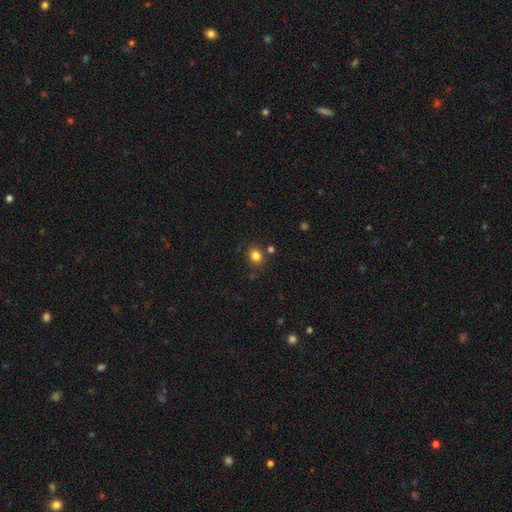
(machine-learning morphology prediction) Overall: smooth (83%). How rounded: round (68%; in between 31%). Merging: none (79%).